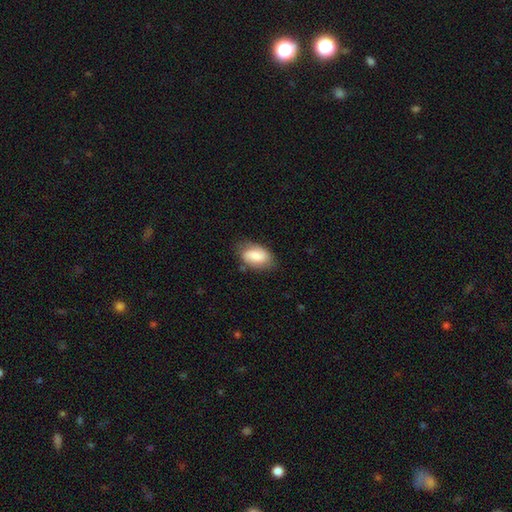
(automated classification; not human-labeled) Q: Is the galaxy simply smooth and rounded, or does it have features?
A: smooth — 71%.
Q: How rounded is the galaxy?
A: in between — 92%.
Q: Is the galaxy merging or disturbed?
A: none — 68%.